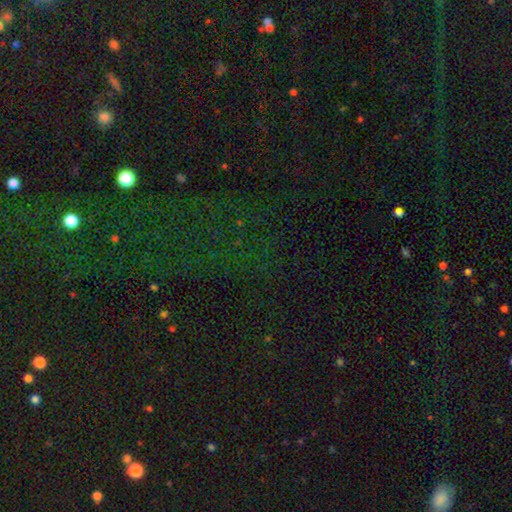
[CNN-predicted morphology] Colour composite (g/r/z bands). It shows a star or artifact, not a galaxy (76%).